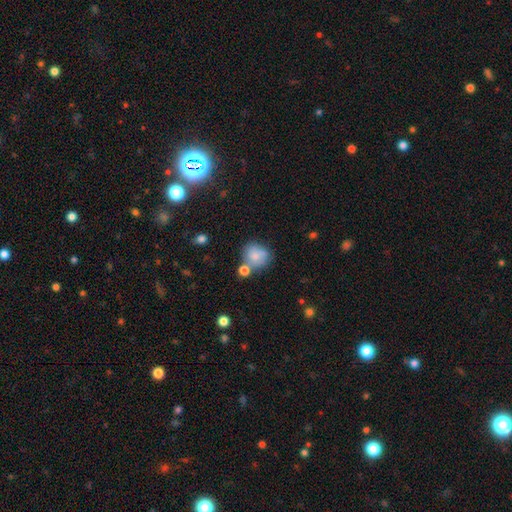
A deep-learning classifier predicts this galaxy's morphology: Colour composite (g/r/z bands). It shows a smooth galaxy with no disk features (76%) that is round (79%). Merging: none (49%).